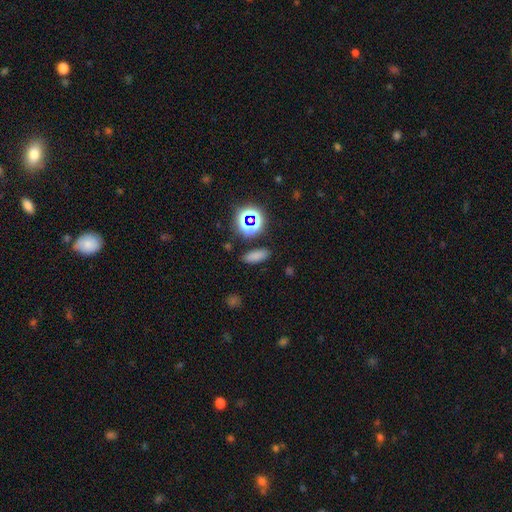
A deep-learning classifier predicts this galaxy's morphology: This is likely a smooth galaxy (73%). How rounded: likely in between (68%). Merging: clearly none (85%).